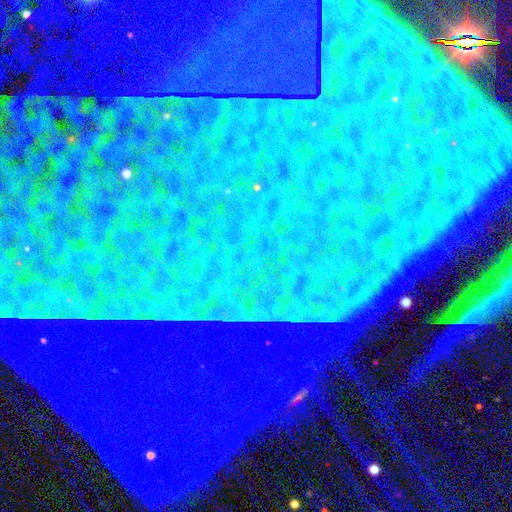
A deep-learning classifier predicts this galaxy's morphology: Smooth or featured? Predicted: star or artifact (p=0.86).